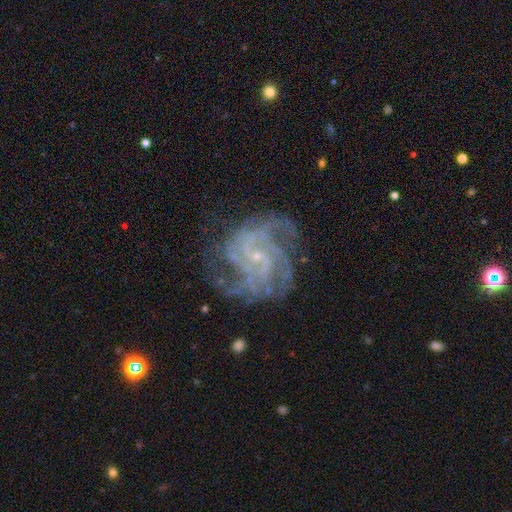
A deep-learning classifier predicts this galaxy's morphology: Smooth or featured?
  - featured or disk: 87% *
  - star or artifact: 8%
  - smooth: 5%
Edge-on disk?
  - no: 98% *
  - yes: 2%
Bar?
  - no: 59% *
  - weak: 33%
  - strong: 8%
Spiral arms?
  - yes: 97% *
  - no: 3%
Spiral winding?
  - tight: 53% *
  - medium: 39%
  - loose: 8%
Spiral arm count?
  - 4: 27% *
  - can't tell: 22%
  - 3: 20%
  - 2: 13%
  - more than 4: 11%
  - 1: 7%
Bulge size?
  - small: 83% *
  - moderate: 8%
  - none: 7%
  - large: 1%
  - dominant: 1%
Merging?
  - none: 68% *
  - minor disturbance: 19%
  - major disturbance: 12%
  - merger: 2%